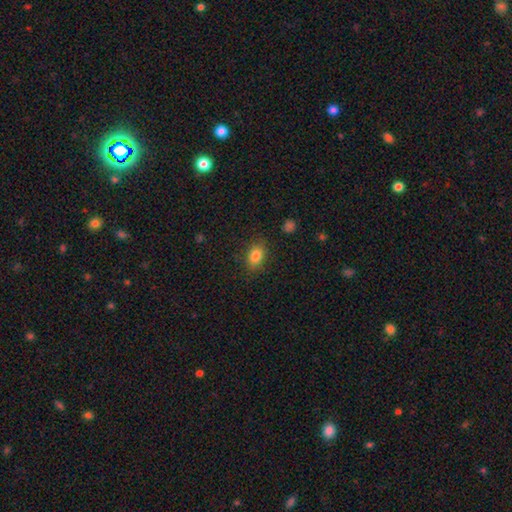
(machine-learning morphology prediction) A smooth galaxy with no disk features (83%) that is in between round and cigar-shaped (78%). Merging: none (84%).